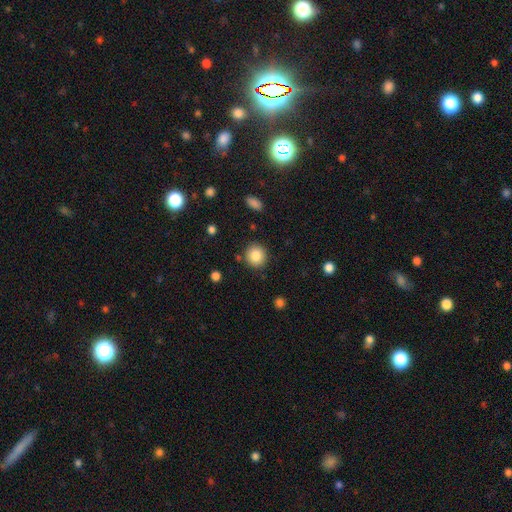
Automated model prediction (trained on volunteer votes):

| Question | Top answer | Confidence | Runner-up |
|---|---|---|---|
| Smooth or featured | smooth | 84% | star or artifact (9%) |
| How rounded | round | 89% | in between (10%) |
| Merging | none | 88% | minor disturbance (7%) |